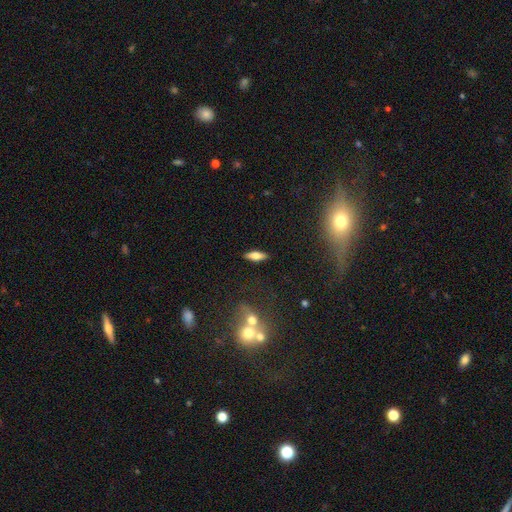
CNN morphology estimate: type=smooth (62%); roundness=in between (55%); merging=none (87%).